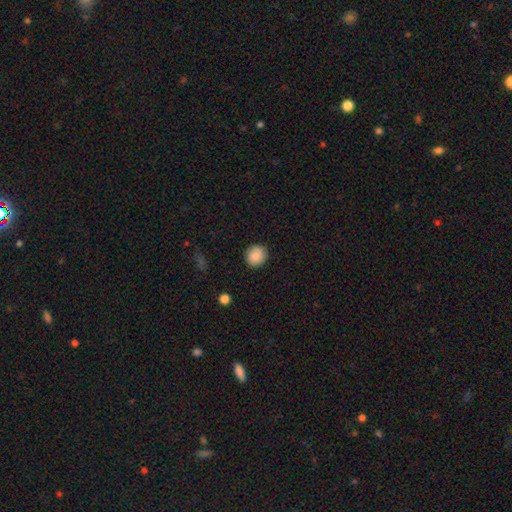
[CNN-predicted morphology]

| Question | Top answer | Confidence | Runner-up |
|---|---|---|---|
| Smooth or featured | smooth | 86% | star or artifact (8%) |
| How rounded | round | 82% | in between (17%) |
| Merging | none | 85% | minor disturbance (11%) |